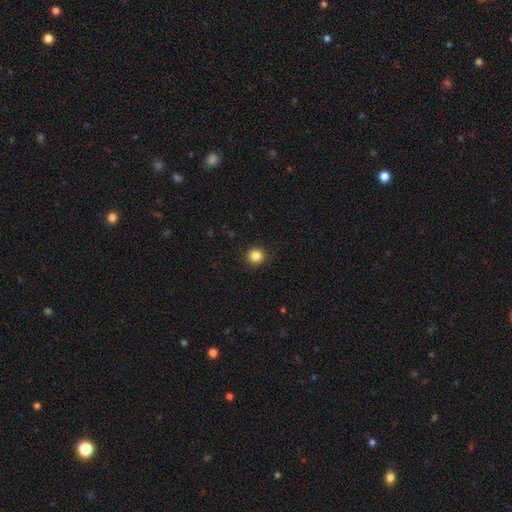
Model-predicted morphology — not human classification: Smooth or featured: smooth — 85% (star or artifact — 11%)
How rounded: round — 93% (in between — 6%)
Merging: none — 92% (minor disturbance — 5%)